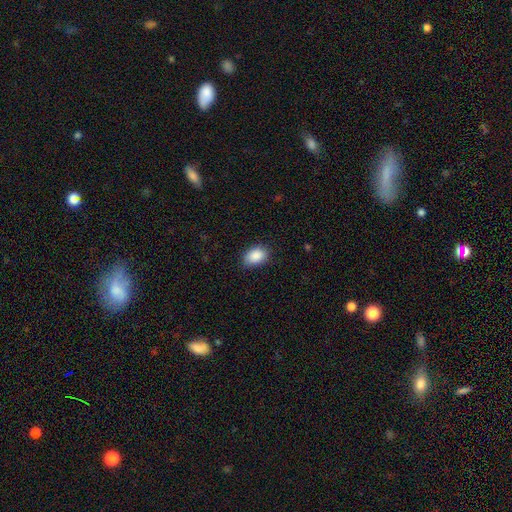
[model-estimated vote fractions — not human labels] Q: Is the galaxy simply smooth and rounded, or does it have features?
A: smooth — 89%.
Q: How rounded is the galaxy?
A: in between — 85%.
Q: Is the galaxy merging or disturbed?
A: none — 83%.